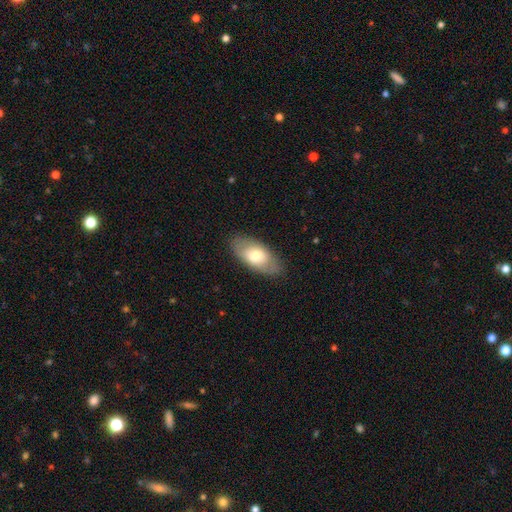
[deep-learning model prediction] Smooth or featured: smooth — 63% (featured or disk — 31%)
How rounded: in between — 91% (cigar-shaped — 6%)
Merging: none — 83% (minor disturbance — 12%)